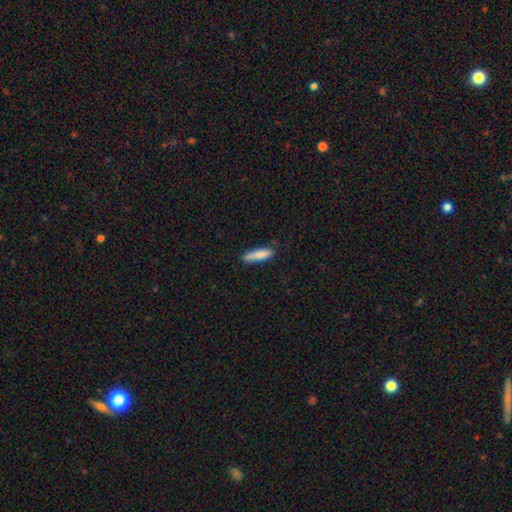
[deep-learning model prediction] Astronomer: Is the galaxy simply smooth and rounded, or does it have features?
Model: smooth — 84%.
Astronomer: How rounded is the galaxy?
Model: cigar-shaped — 74%.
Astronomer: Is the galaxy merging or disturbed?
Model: none — 77%.